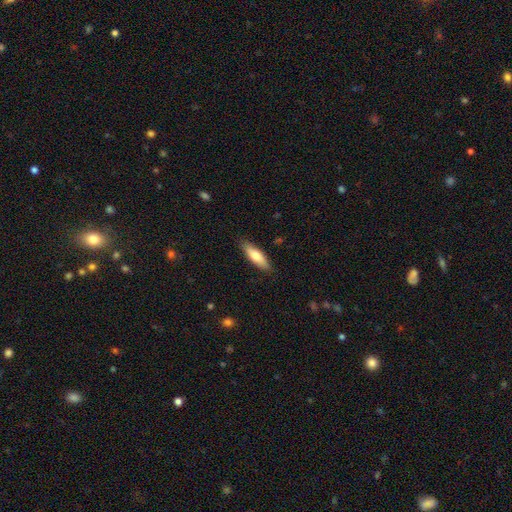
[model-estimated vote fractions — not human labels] Smooth or featured?
  - smooth: 70% *
  - featured or disk: 24%
  - star or artifact: 6%
How rounded?
  - in between: 50% *
  - cigar-shaped: 48%
  - round: 2%
Merging?
  - none: 86% *
  - minor disturbance: 10%
  - major disturbance: 2%
  - merger: 1%